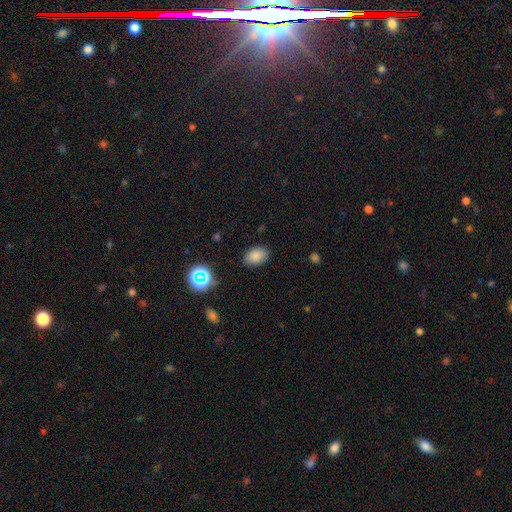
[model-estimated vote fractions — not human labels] This appears to be a smooth galaxy with no disk features (82%) that is in between round and cigar-shaped (87%). Merging: none (85%).